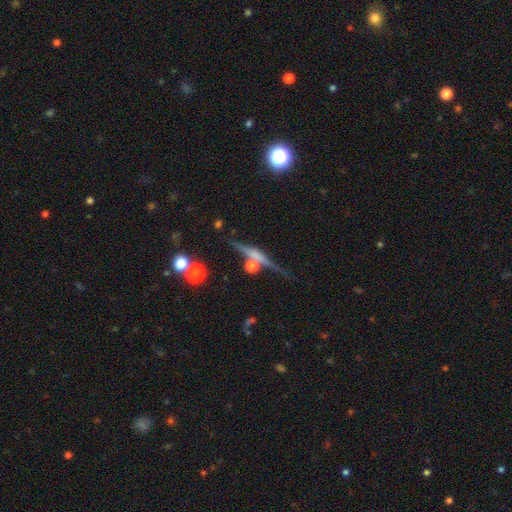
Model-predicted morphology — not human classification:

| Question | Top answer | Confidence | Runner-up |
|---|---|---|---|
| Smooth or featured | featured or disk | 65% | smooth (25%) |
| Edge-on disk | yes | 95% | no (5%) |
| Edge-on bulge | rounded | 48% | none (35%) |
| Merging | none | 76% | minor disturbance (12%) |